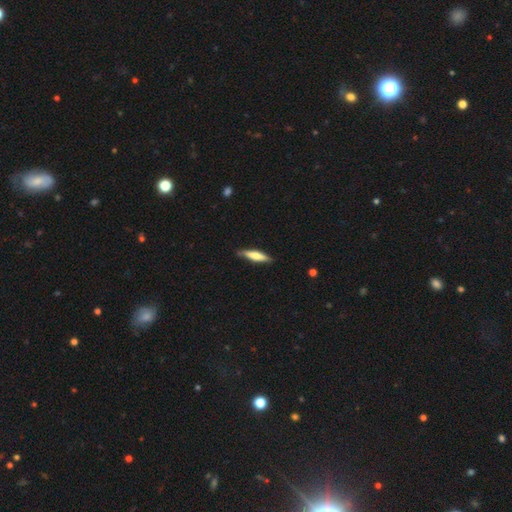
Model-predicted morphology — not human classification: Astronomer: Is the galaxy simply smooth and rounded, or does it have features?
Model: smooth — 63%.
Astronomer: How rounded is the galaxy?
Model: cigar-shaped — 76%.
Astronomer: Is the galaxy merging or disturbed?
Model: none — 79%.